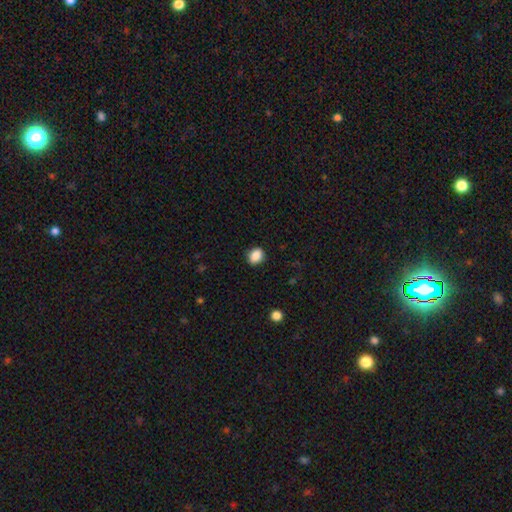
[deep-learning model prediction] A smooth galaxy with no disk features (87%) that is round (50%). Merging: none (86%).